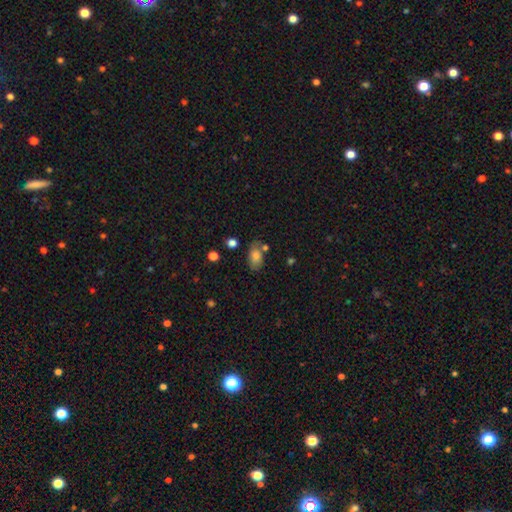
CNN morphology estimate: Smooth or featured? Predicted: smooth (p=0.78). How rounded? Predicted: in between (p=0.91). Merging? Predicted: none (p=0.63).